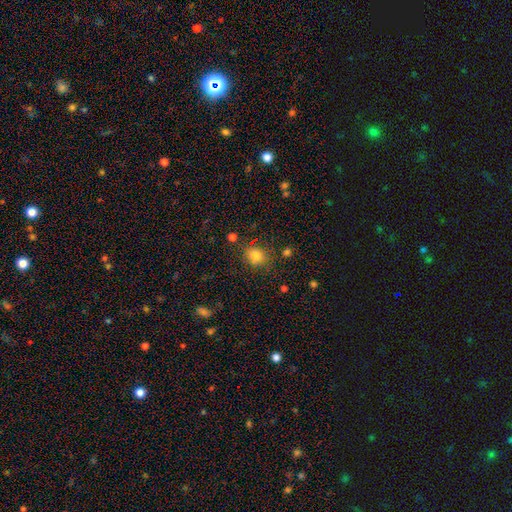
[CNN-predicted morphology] smooth-or-featured: smooth: 80% | star or artifact: 13% | featured or disk: 7%
  how-rounded: round: 68% | in between: 31% | cigar-shaped: 1%
  merging: none: 78% | minor disturbance: 14% | major disturbance: 4% | merger: 4%